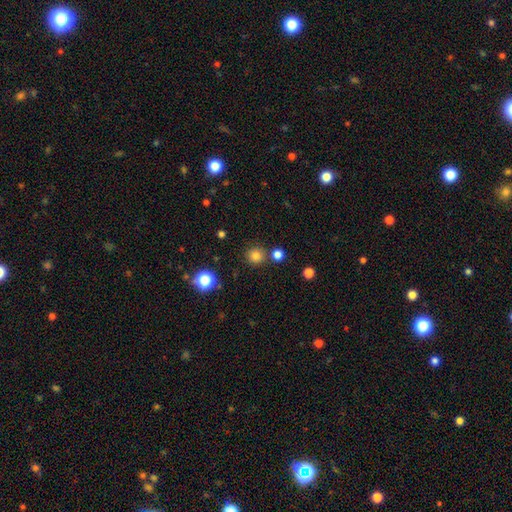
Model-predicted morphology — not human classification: Overall: smooth (80%). How rounded: round (94%). Merging: none (84%).